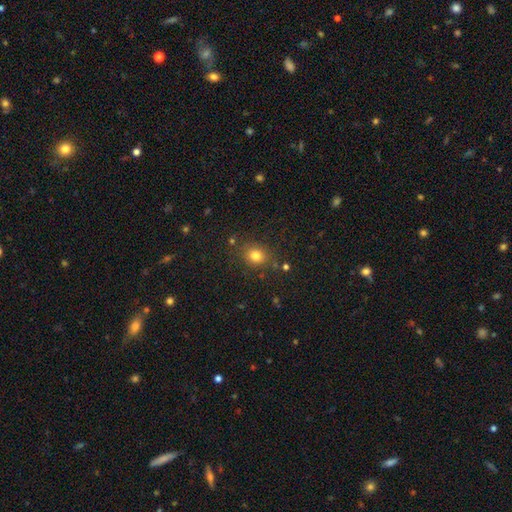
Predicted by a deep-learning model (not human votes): smooth_or_featured: smooth (p=0.79) [alt: star or artifact p=0.14]
how_rounded: round (p=0.64) [alt: in between p=0.35]
merging: none (p=0.81) [alt: minor disturbance p=0.12]